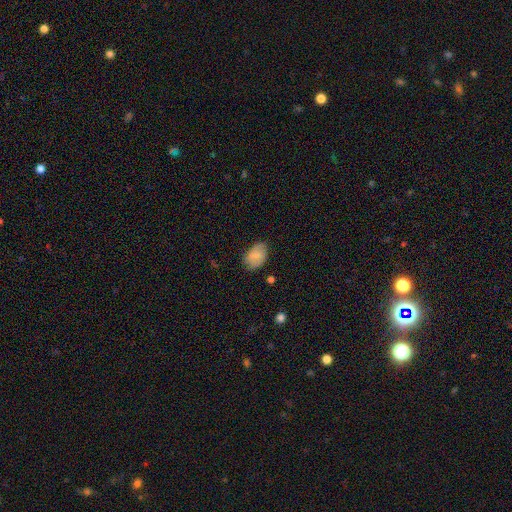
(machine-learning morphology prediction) Overall: smooth (78%). How rounded: in between (87%). Merging: none (74%).